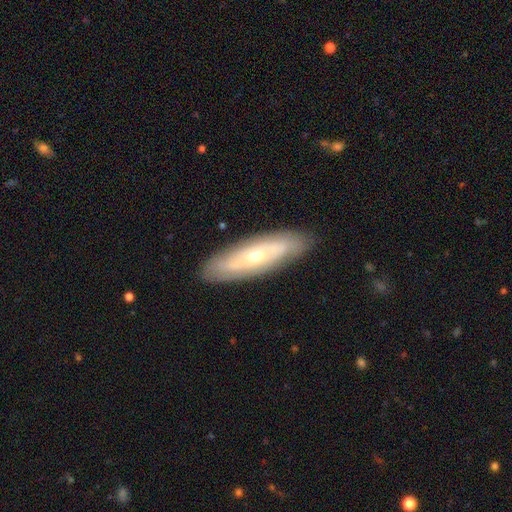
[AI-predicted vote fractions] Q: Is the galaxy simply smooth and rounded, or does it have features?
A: featured or disk — 58%.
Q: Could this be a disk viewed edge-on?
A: no — 69%.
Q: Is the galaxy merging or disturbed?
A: none — 84%.